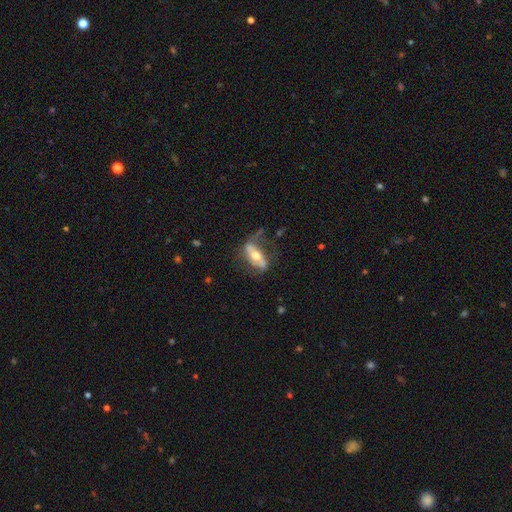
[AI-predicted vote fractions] A featured or disk galaxy (65%).

Vote fractions:
- Smooth or featured? featured or disk: 65% / smooth: 29% / star or artifact: 6%
- Edge-on disk? no: 75% / yes: 25%
- Merging? none: 51% / minor disturbance: 25% / major disturbance: 21% / merger: 3%